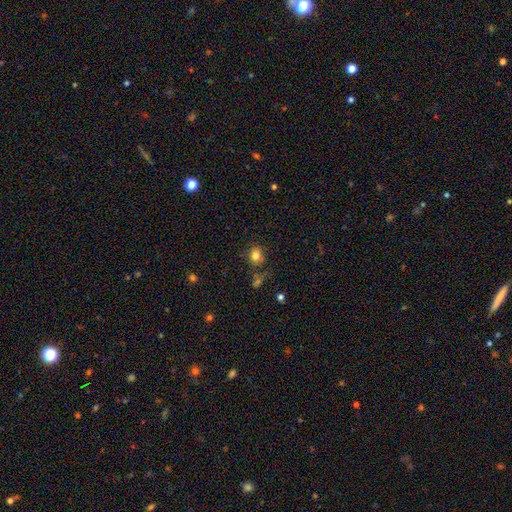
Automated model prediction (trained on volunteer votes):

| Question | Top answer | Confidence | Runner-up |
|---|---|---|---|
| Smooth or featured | smooth | 80% | star or artifact (12%) |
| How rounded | round | 66% | in between (33%) |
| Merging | none | 75% | minor disturbance (14%) |